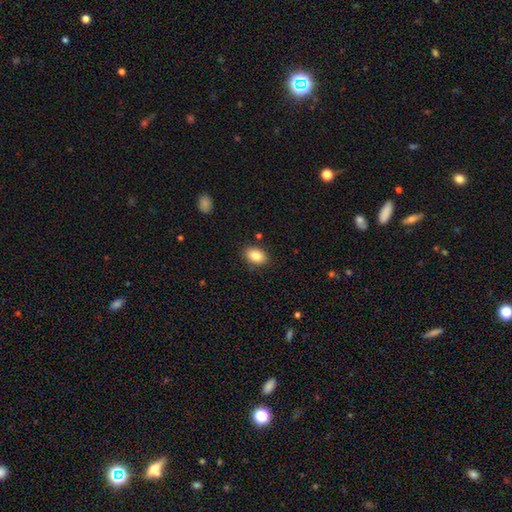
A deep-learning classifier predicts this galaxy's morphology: A smooth galaxy with no disk features (86%) that is in between round and cigar-shaped (85%). Merging: none (85%).